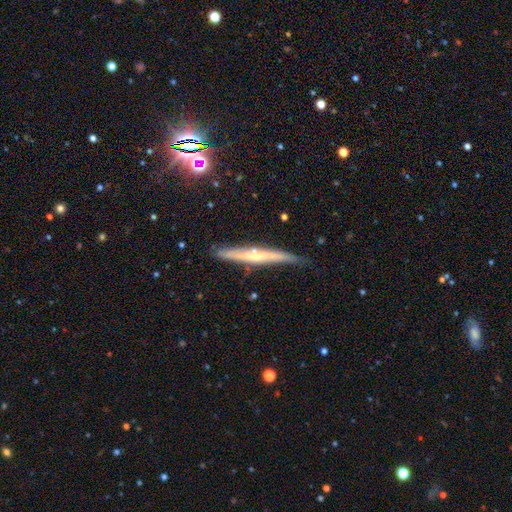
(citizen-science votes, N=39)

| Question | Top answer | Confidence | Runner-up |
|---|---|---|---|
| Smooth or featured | featured or disk | 62% | smooth (33%) |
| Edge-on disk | yes | 96% | no (4%) |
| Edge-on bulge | none | 65% | rounded (30%) |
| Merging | none | 76% | minor disturbance (24%) |